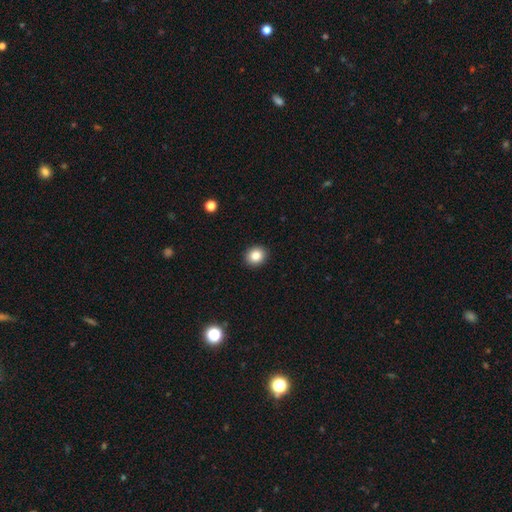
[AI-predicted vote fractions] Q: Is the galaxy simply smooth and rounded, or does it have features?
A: smooth — 85%.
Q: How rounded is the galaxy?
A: round — 77%.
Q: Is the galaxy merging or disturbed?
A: none — 92%.